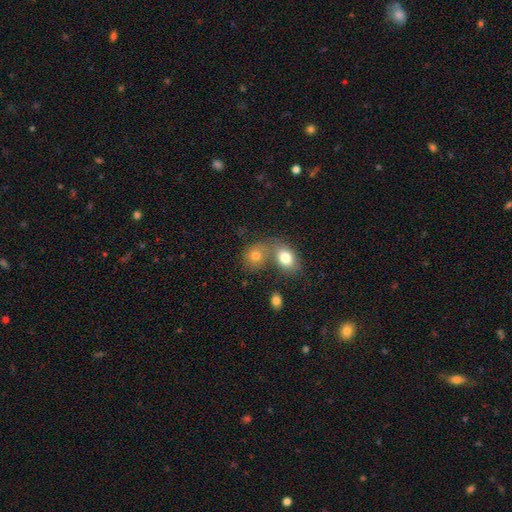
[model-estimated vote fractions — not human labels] This is likely a smooth galaxy (76%). How rounded: likely round (63%). Merging: possibly merger (46%).